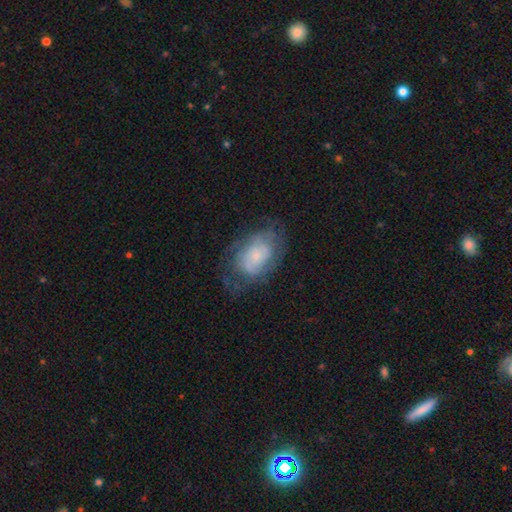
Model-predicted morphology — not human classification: Smooth or featured? Predicted: featured or disk (p=0.54). Edge-on disk? Predicted: no (p=0.96). Bar? Predicted: no (p=0.76). Spiral arms? Predicted: yes (p=0.68). Bulge size? Predicted: small (p=0.54). Merging? Predicted: none (p=0.60).